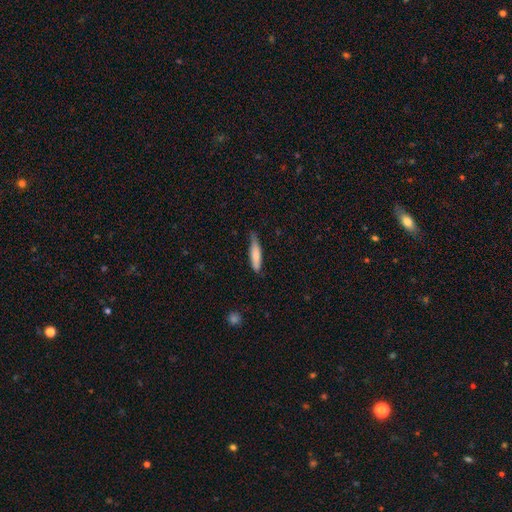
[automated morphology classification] Overall: smooth (77%). How rounded: cigar-shaped (78%). Merging: none (66%; minor disturbance 28%).